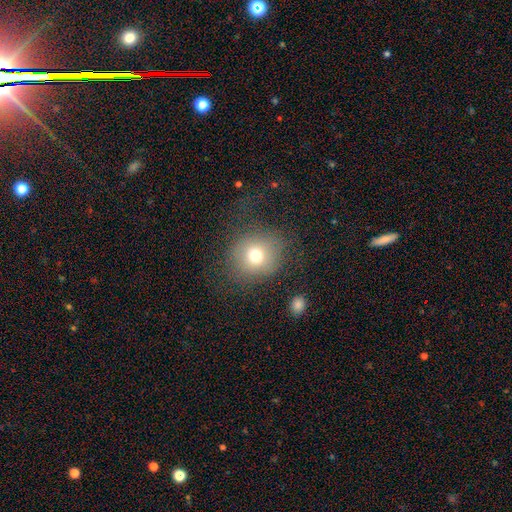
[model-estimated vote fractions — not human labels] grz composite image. It shows a smooth galaxy with no disk features (72%) that is round (82%). Merging: none (67%).